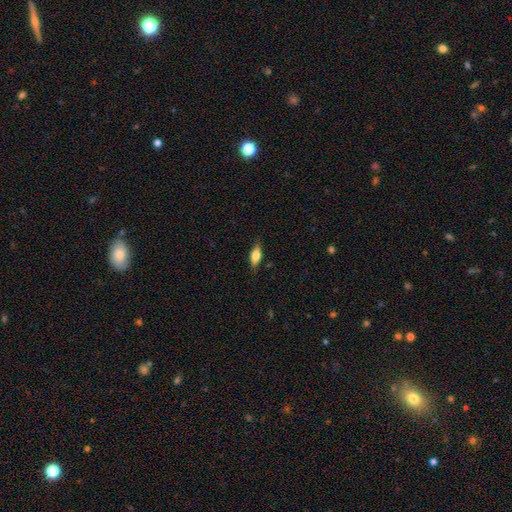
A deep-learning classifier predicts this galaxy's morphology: The model was most divided on "smooth or featured": smooth: 70%, featured or disk: 23%, star or artifact: 7%. More confident: merging — none (81%); how rounded — in between (73%).